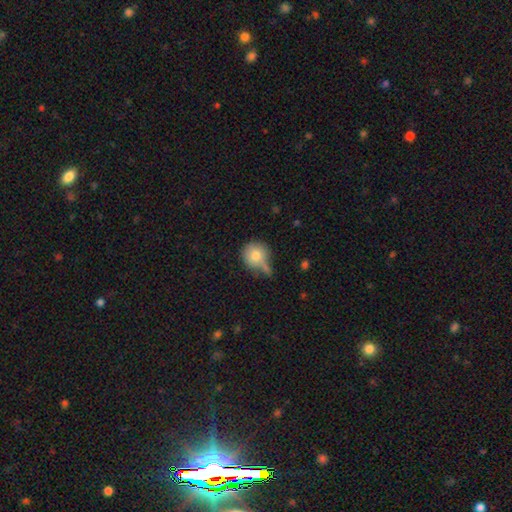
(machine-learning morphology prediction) type=smooth (77%); roundness=round (87%); merging=none (45%).